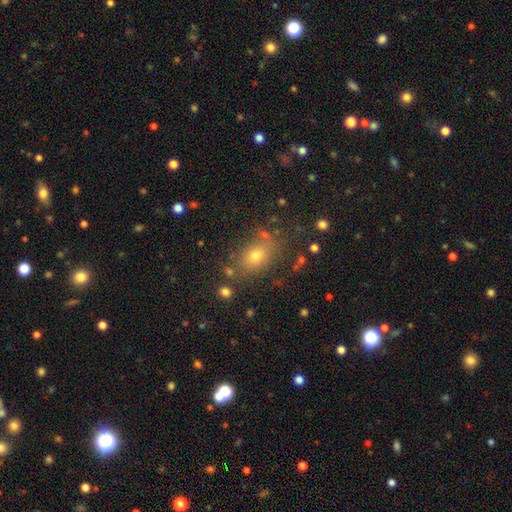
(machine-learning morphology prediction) smooth 69%, star or artifact 18%, featured or disk 13%. Down the decision tree: how rounded — in between (67%); merging — none (73%).